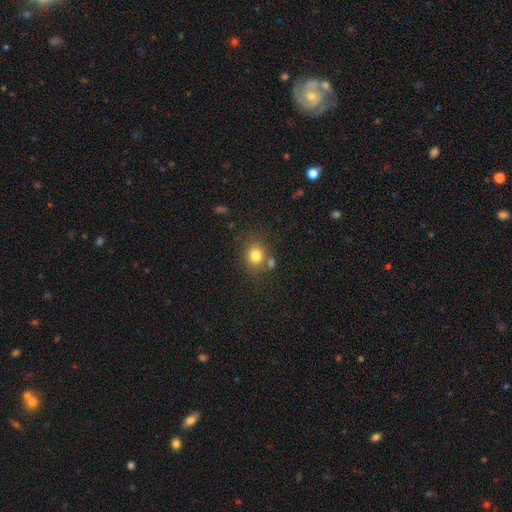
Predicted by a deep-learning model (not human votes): This is clearly a smooth galaxy (80%). How rounded: likely round (67%). Merging: likely none (69%).